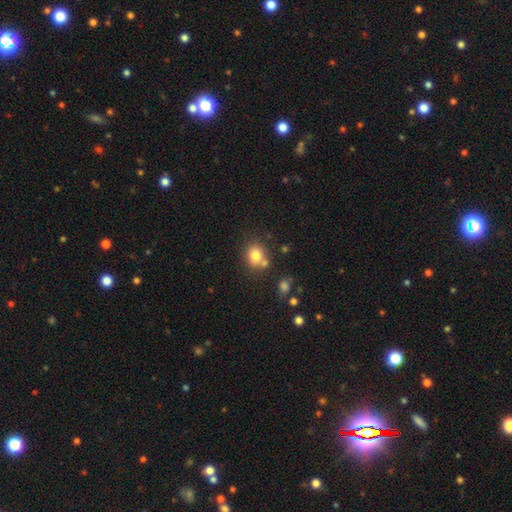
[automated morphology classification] The model was most divided on "merging": none: 62%, merger: 22%, minor disturbance: 13%, major disturbance: 4%. More confident: smooth or featured — smooth (79%); how rounded — round (72%).